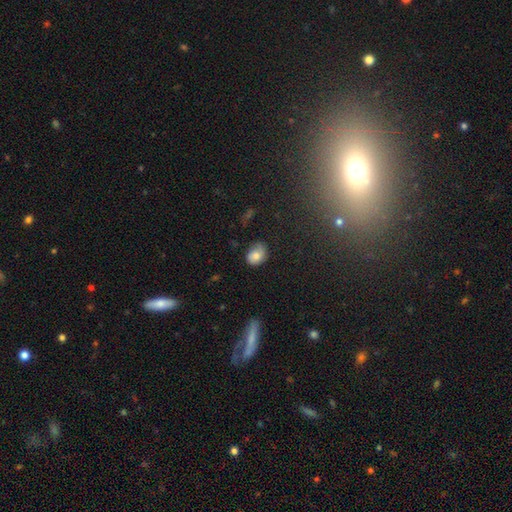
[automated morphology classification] smooth 76%, featured or disk 16%, star or artifact 9%. Down the decision tree: how rounded — in between (56%); merging — none (58%).